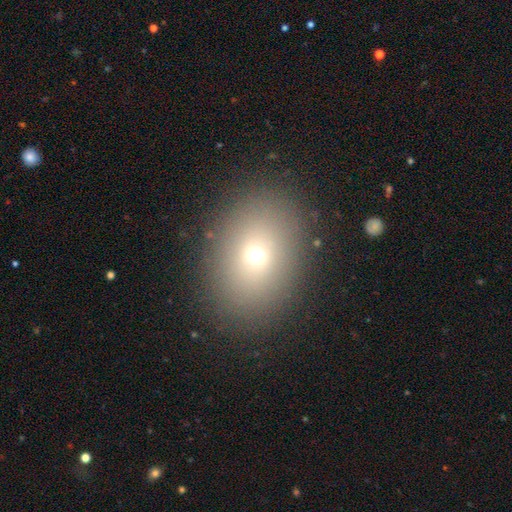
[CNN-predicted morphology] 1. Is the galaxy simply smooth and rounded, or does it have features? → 68% smooth, 17% star or artifact, 15% featured or disk.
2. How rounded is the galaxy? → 61% in between, 38% round, 1% cigar-shaped.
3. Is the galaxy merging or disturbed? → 86% none, 9% minor disturbance, 4% major disturbance, 1% merger.